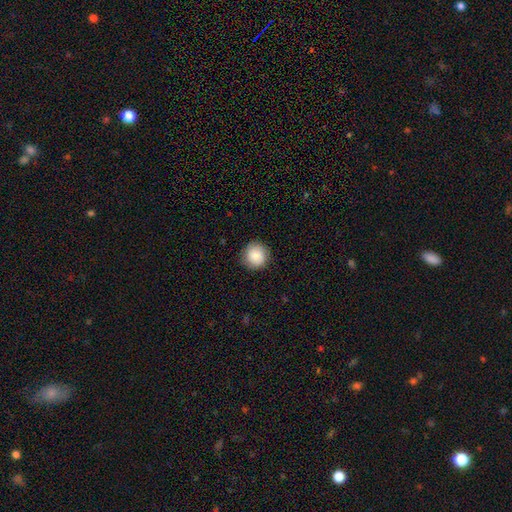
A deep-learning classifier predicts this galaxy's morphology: A smooth galaxy with no disk features (82%) that is round (93%). Merging: none (84%).